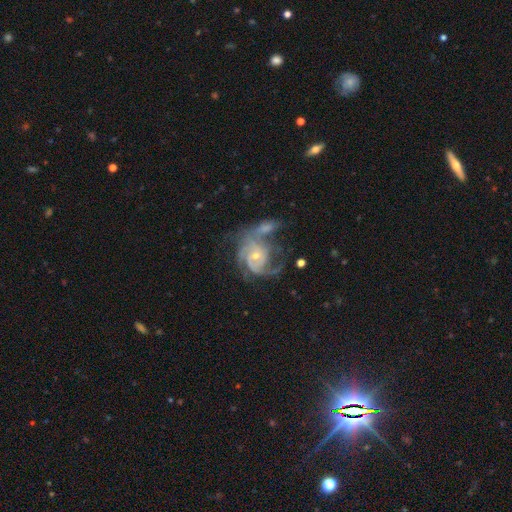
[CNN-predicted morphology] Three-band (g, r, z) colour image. It shows a featured or disk galaxy (86%) with no bar (61%), 2 (35%) tight (48%) spiral arms (96%) and a small central bulge (61%). Merging: merger (36%).